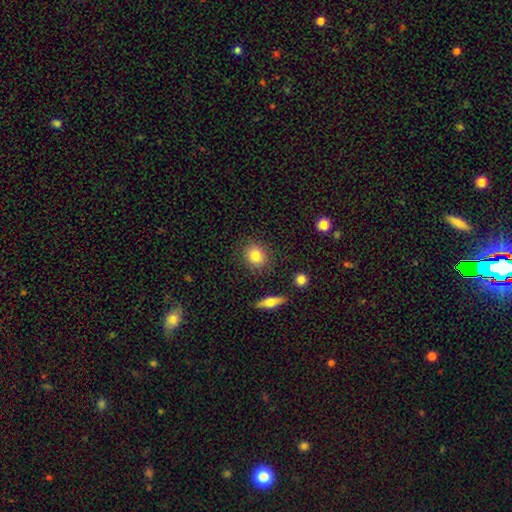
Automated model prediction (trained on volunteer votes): smooth 83%, featured or disk 8%, star or artifact 8%. Down the decision tree: how rounded — round (75%); merging — none (87%).